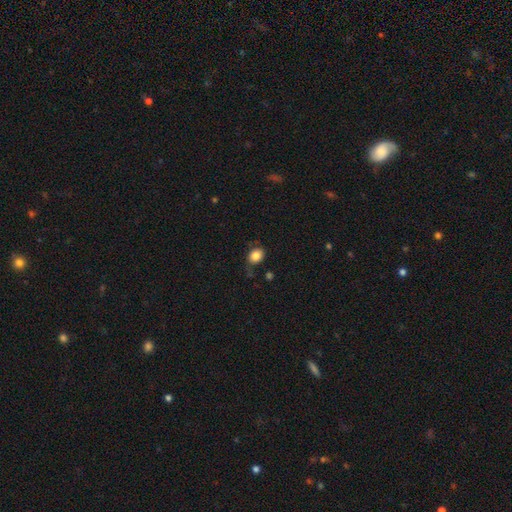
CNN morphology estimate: smooth-or-featured: smooth: 83% | star or artifact: 9% | featured or disk: 7%
  how-rounded: in between: 51% | round: 48% | cigar-shaped: 1%
  merging: none: 66% | minor disturbance: 23% | major disturbance: 8% | merger: 3%